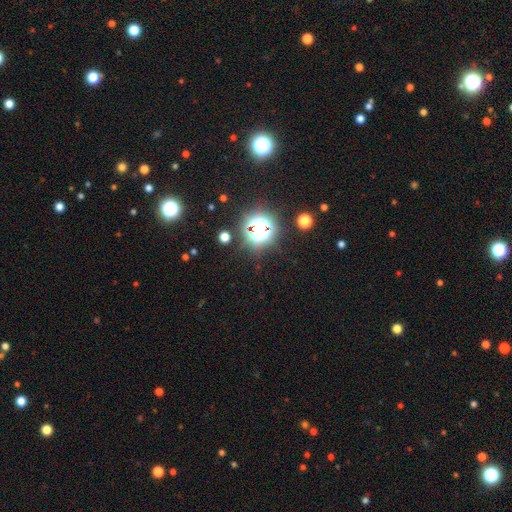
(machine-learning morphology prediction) This appears to be a star or artifact, not a galaxy (79%).